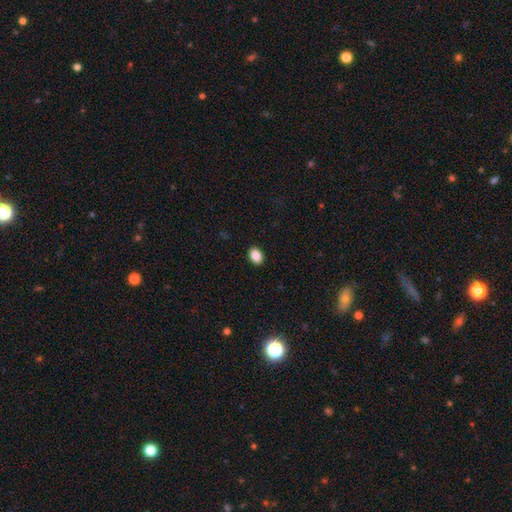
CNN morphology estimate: type=smooth (88%); roundness=in between (73%); merging=none (91%).